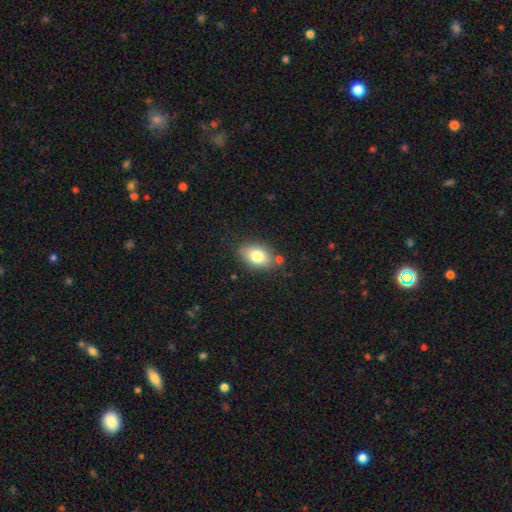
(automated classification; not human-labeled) smooth 79%, featured or disk 12%, star or artifact 9%. Down the decision tree: how rounded — in between (80%); merging — none (75%).